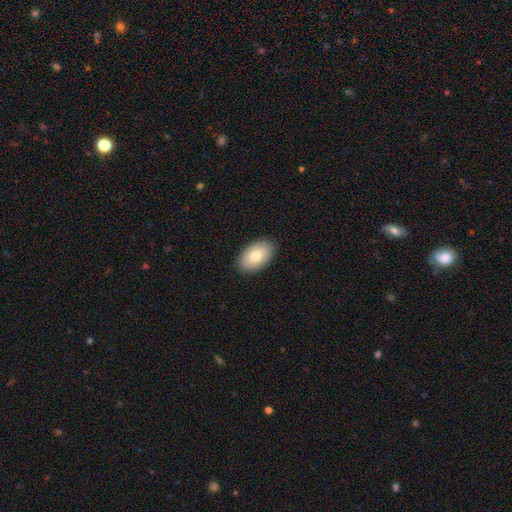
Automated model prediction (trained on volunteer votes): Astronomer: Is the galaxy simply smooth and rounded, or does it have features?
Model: smooth — 79%.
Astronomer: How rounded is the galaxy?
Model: in between — 93%.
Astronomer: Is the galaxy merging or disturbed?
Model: none — 88%.